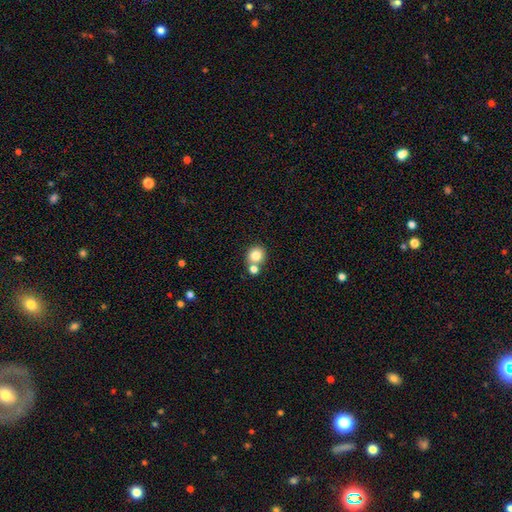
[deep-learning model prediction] Smooth or featured? Predicted: smooth (p=0.81). How rounded? Predicted: round (p=0.84). Merging? Predicted: none (p=0.58).